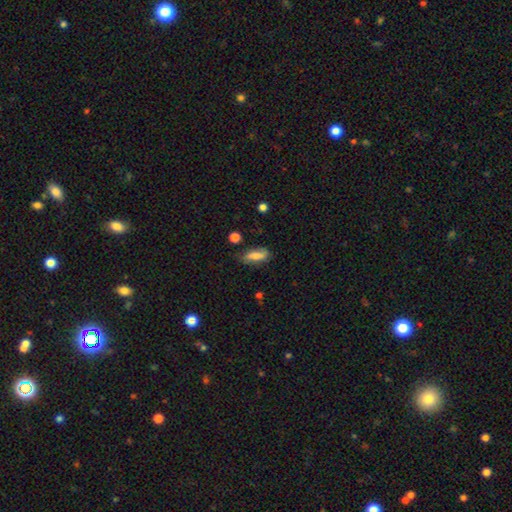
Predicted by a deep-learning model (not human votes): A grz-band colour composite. It shows a smooth galaxy with no disk features (65%) that is in between round and cigar-shaped (71%). Merging: none (69%).